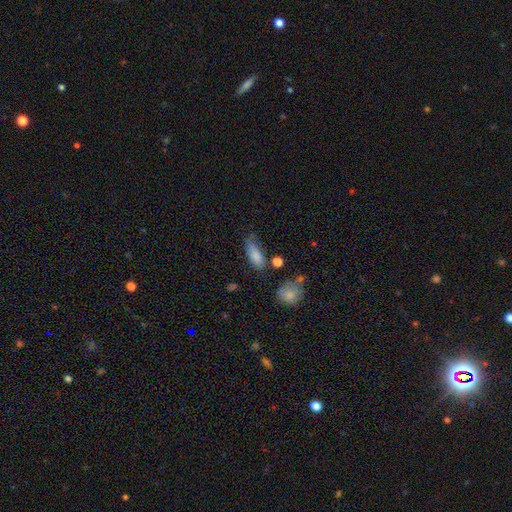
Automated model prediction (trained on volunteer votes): Q: Smooth or featured?
A: smooth (83%); runner-up: featured or disk (9%)
Q: How rounded?
A: in between (72%); runner-up: cigar-shaped (25%)
Q: Merging?
A: none (54%); runner-up: minor disturbance (30%)